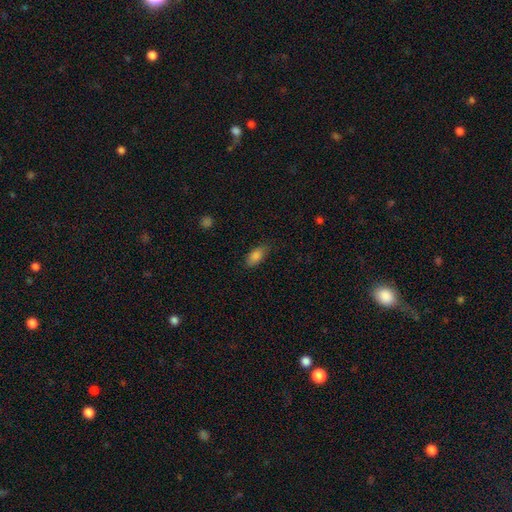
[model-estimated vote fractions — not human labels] smooth-or-featured: smooth: 85% | star or artifact: 8% | featured or disk: 7%
  how-rounded: in between: 87% | cigar-shaped: 10% | round: 3%
  merging: none: 81% | minor disturbance: 15% | major disturbance: 3% | merger: 1%